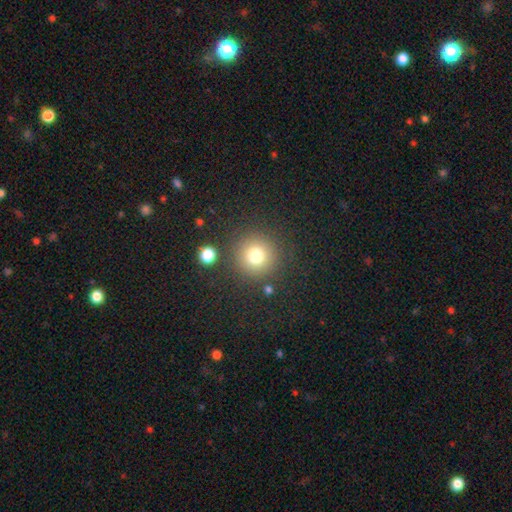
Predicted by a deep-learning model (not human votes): Overall: smooth (77%). How rounded: round (95%). Merging: none (86%).